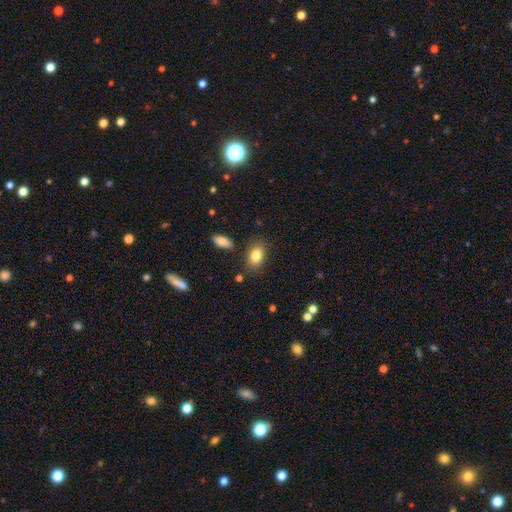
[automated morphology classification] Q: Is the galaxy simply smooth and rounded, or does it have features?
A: smooth — 83%.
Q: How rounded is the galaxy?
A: in between — 86%.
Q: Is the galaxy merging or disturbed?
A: none — 81%.